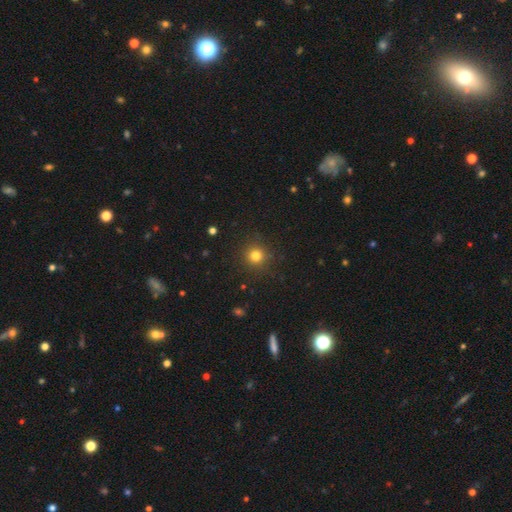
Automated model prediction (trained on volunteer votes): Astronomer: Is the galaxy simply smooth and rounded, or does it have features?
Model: smooth — 80%.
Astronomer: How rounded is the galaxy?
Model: round — 94%.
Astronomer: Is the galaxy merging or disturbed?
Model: none — 90%.